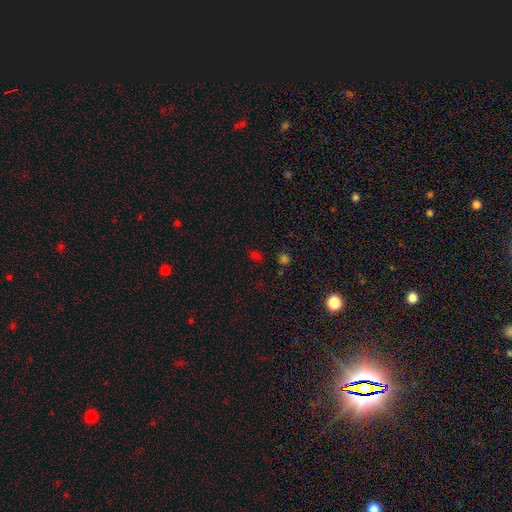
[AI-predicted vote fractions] A smooth galaxy with no disk features (55%) that is in between round and cigar-shaped (61%). Merging: none (76%).